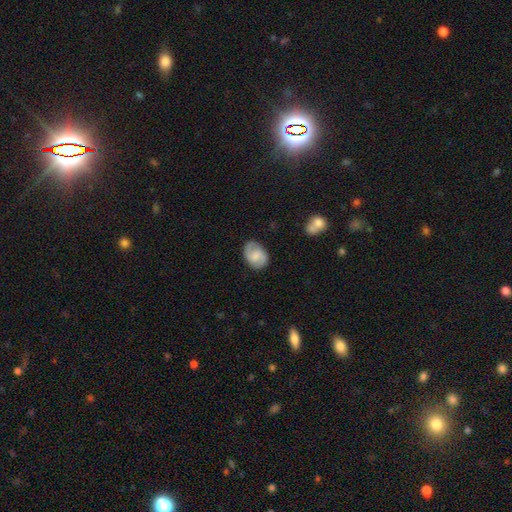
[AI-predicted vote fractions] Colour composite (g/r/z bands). It shows a smooth galaxy with no disk features (48%). Merging: none (76%).